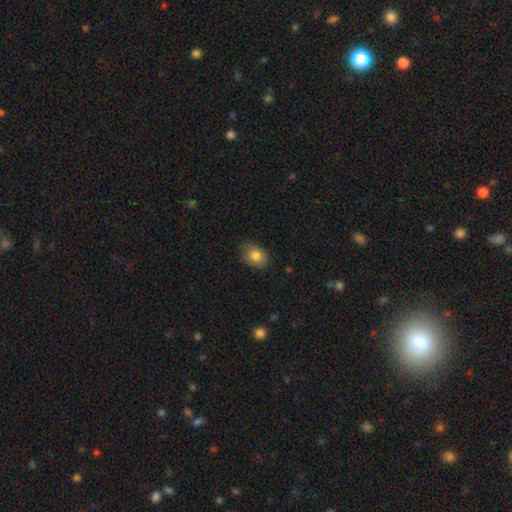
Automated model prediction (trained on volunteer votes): smooth 82%, featured or disk 9%, star or artifact 9%. Down the decision tree: how rounded — in between (65%); merging — none (78%).